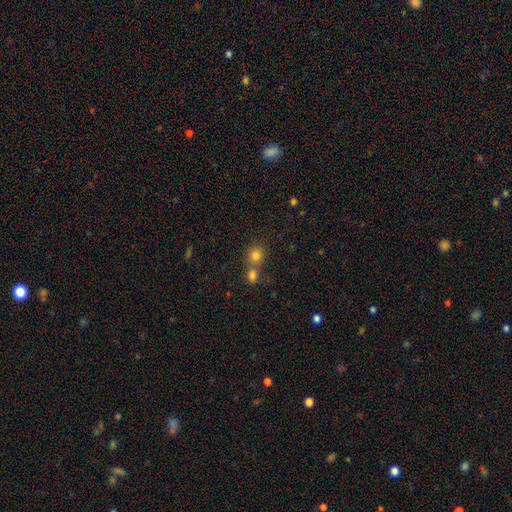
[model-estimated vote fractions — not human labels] This is likely a smooth galaxy (78%). How rounded: clearly round (84%). Merging: possibly none (52%).